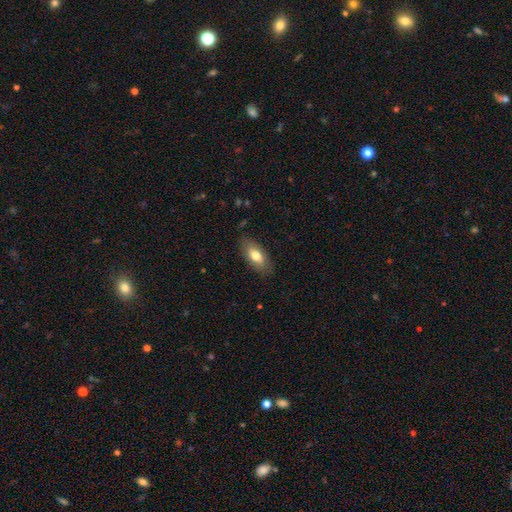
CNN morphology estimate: smooth_or_featured: smooth (p=0.74) [alt: featured or disk p=0.20]
how_rounded: in between (p=0.88) [alt: cigar-shaped p=0.08]
merging: none (p=0.83) [alt: minor disturbance p=0.13]